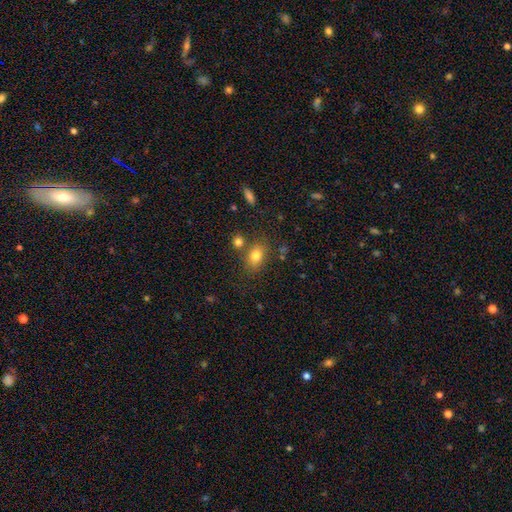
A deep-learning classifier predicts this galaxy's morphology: Overall: smooth (79%). How rounded: in between (75%). Merging: none (69%).